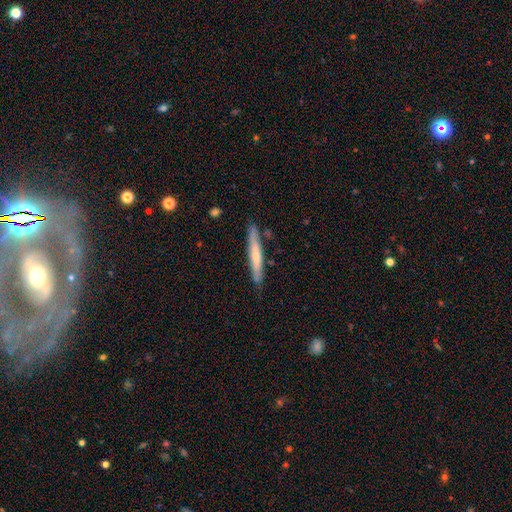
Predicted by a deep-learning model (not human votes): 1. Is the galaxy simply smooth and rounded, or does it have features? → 52% smooth, 43% featured or disk, 6% star or artifact.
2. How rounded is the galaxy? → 95% cigar-shaped, 4% in between, 1% round.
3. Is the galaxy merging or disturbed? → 83% none, 12% minor disturbance, 3% merger, 2% major disturbance.